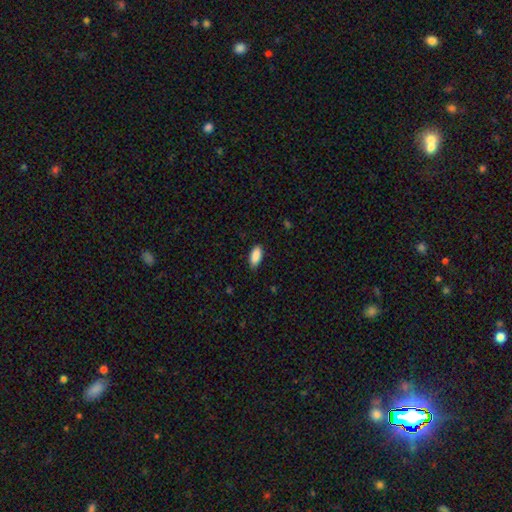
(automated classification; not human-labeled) The model was most divided on "merging": none: 84%, minor disturbance: 13%, major disturbance: 2%, merger: 1%. More confident: smooth or featured — smooth (90%); how rounded — in between (88%).